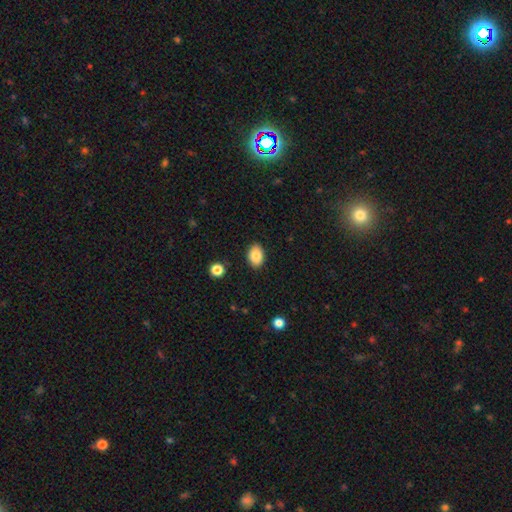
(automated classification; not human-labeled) Q: Smooth or featured?
A: smooth (85%); runner-up: star or artifact (8%)
Q: How rounded?
A: in between (82%); runner-up: round (17%)
Q: Merging?
A: none (88%); runner-up: minor disturbance (8%)